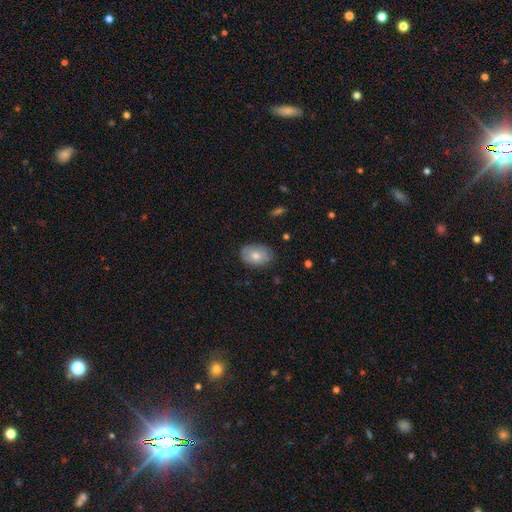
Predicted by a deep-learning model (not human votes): This is likely a smooth galaxy (68%). How rounded: likely in between (76%). Merging: clearly none (81%).